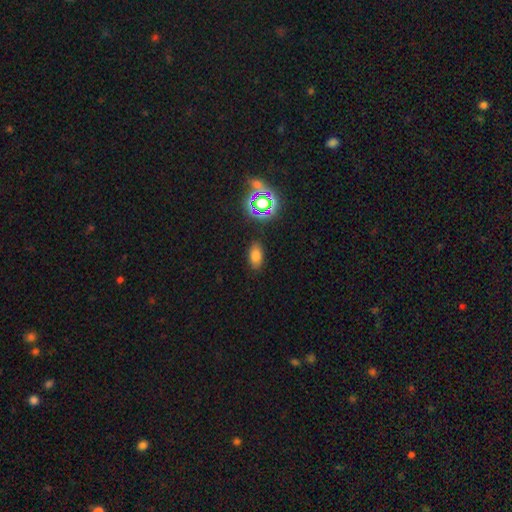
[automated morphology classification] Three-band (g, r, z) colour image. It shows a smooth galaxy with no disk features (74%) that is in between round and cigar-shaped (88%). Merging: none (85%).